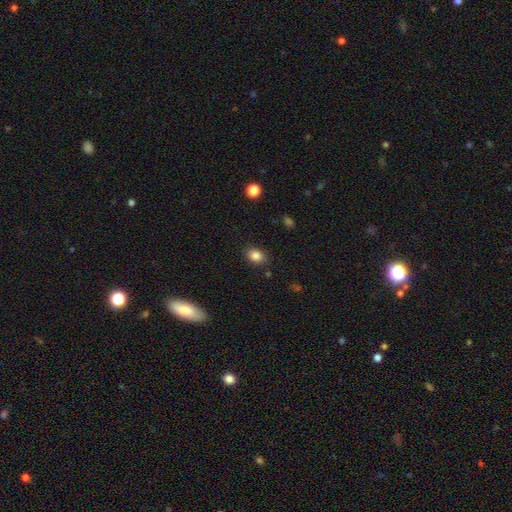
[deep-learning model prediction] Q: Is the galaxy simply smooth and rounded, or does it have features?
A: smooth — 85%.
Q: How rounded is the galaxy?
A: in between — 65%.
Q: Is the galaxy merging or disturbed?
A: none — 86%.